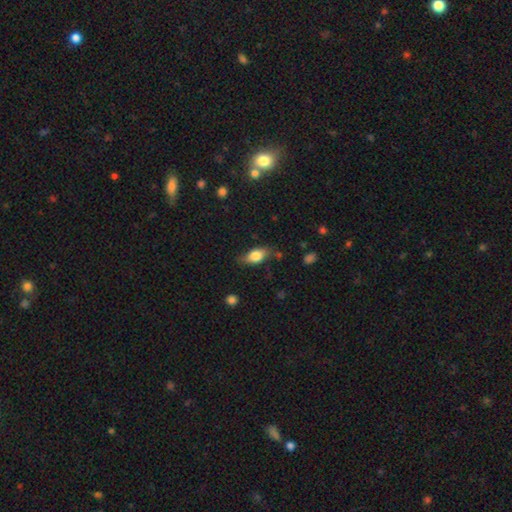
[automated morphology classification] Smooth or featured: smooth — 73% (featured or disk — 20%)
How rounded: in between — 83% (cigar-shaped — 9%)
Merging: none — 71% (minor disturbance — 22%)